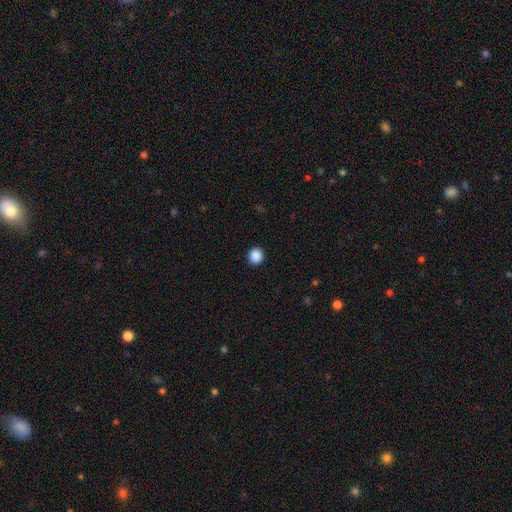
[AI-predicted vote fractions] The model was most divided on "smooth or featured": smooth: 88%, star or artifact: 9%, featured or disk: 2%. More confident: merging — none (92%); how rounded — round (90%).